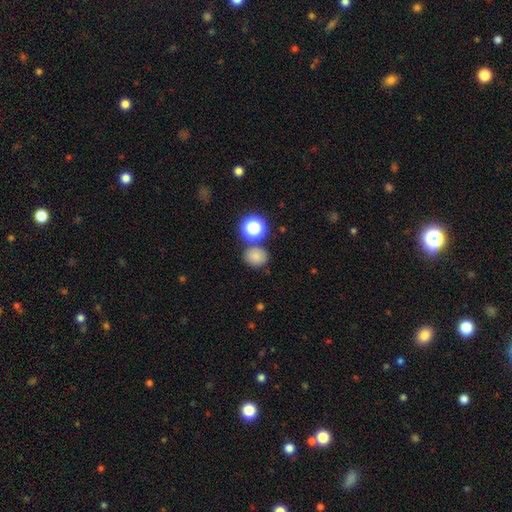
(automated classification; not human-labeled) Morphology: type=smooth (76%); roundness=round (70%); merging=none (72%).